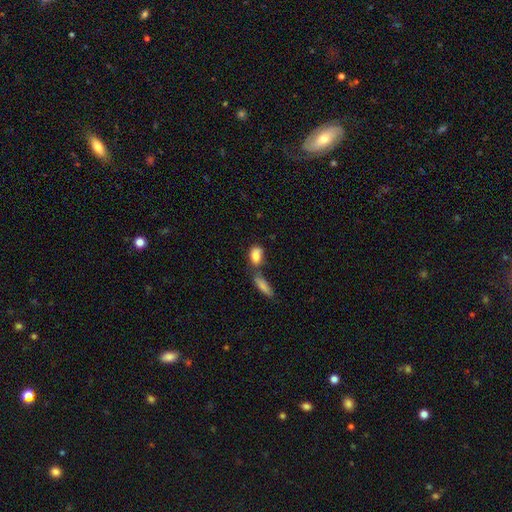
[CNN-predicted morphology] This appears to be a smooth galaxy with no disk features (83%) that is in between round and cigar-shaped (83%). Merging: none (44%).